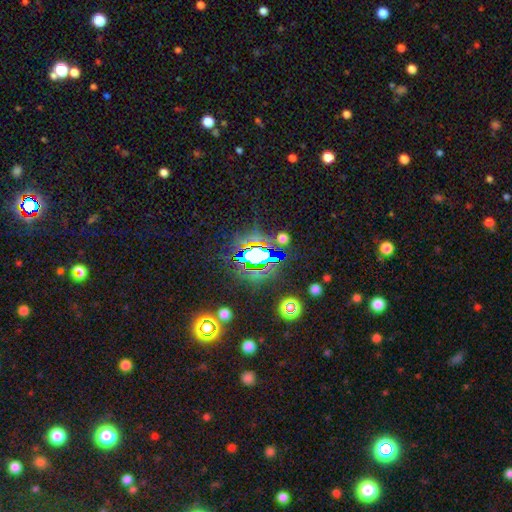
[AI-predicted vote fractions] Overall: star or artifact (68%).